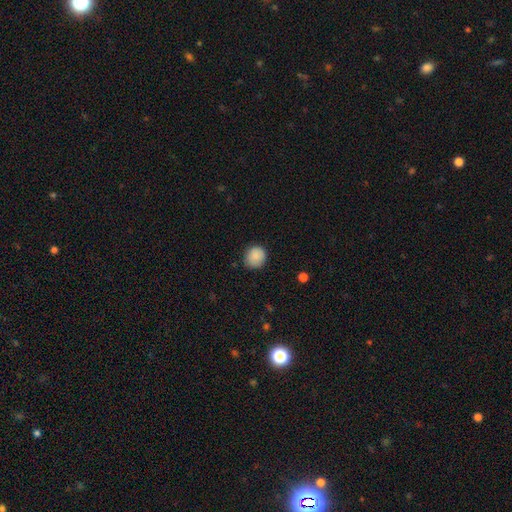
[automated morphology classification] Smooth or featured? smooth (88%)
How rounded? round (87%)
Merging? none (84%)